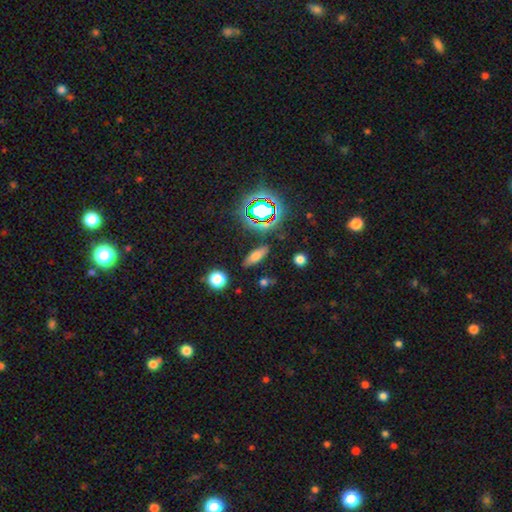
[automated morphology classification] Q: Smooth or featured?
A: smooth (63%); runner-up: star or artifact (19%)
Q: How rounded?
A: in between (56%); runner-up: cigar-shaped (38%)
Q: Merging?
A: none (84%); runner-up: minor disturbance (10%)